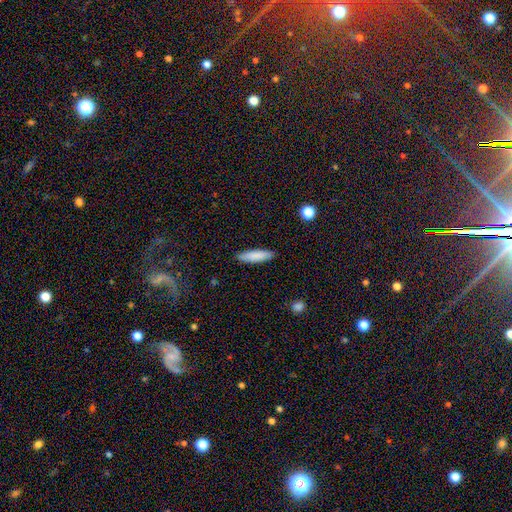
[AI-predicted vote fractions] The model was most divided on "how rounded": cigar-shaped: 71%, in between: 28%, round: 1%. More confident: merging — none (90%); smooth or featured — smooth (86%).